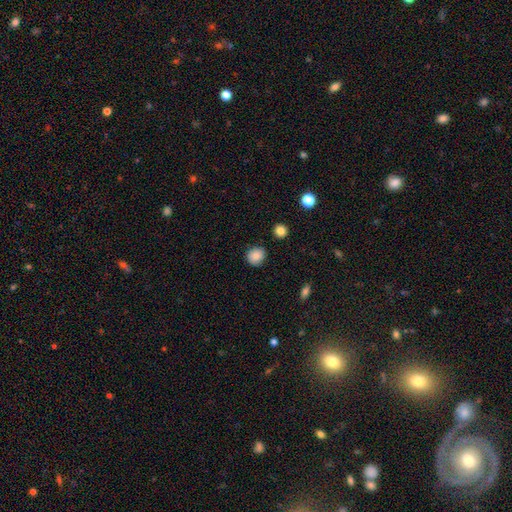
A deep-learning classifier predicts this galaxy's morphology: Smooth or featured?
  - smooth: 86% *
  - star or artifact: 9%
  - featured or disk: 4%
How rounded?
  - round: 83% *
  - in between: 16%
  - cigar-shaped: 1%
Merging?
  - none: 85% *
  - minor disturbance: 11%
  - major disturbance: 2%
  - merger: 2%